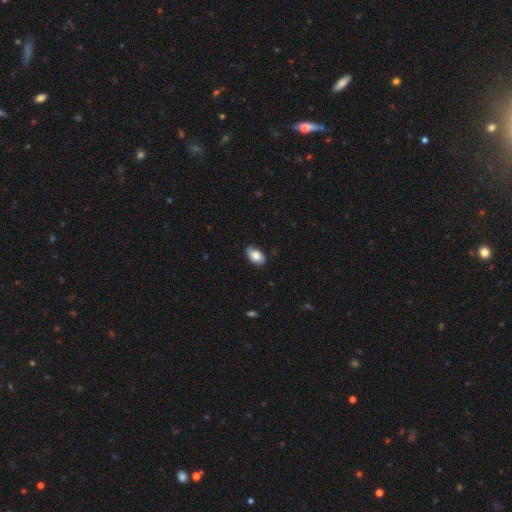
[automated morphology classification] Smooth or featured? Predicted: smooth (p=0.80). How rounded? Predicted: in between (p=0.94). Merging? Predicted: none (p=0.82).